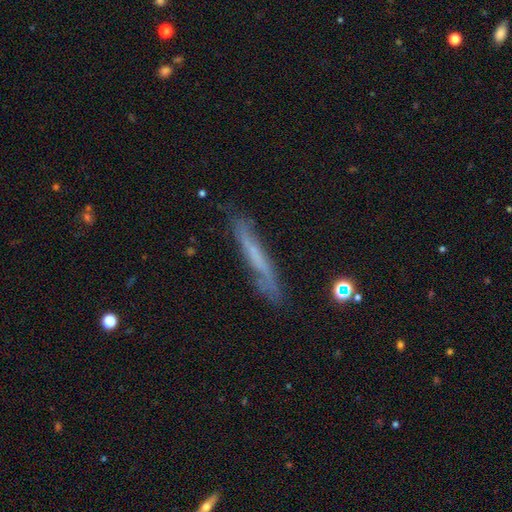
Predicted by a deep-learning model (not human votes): featured or disk 48%, smooth 44%, star or artifact 9%. Down the decision tree: merging — none (75%).